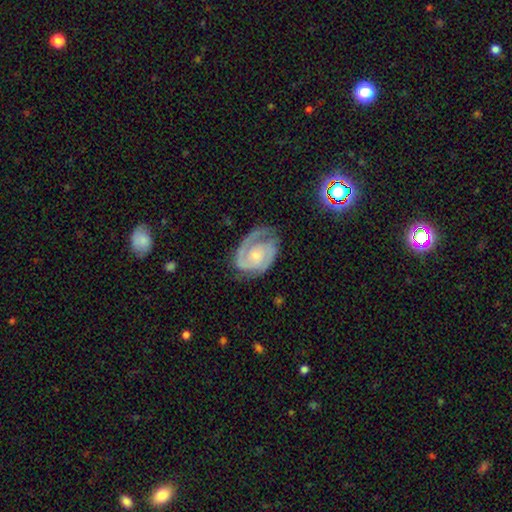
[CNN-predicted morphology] This appears to be a featured or disk galaxy (87%) with no bar (66%), 2 (75%) tight (55%) spiral arms (97%) and a small central bulge (59%). Merging: none (67%).